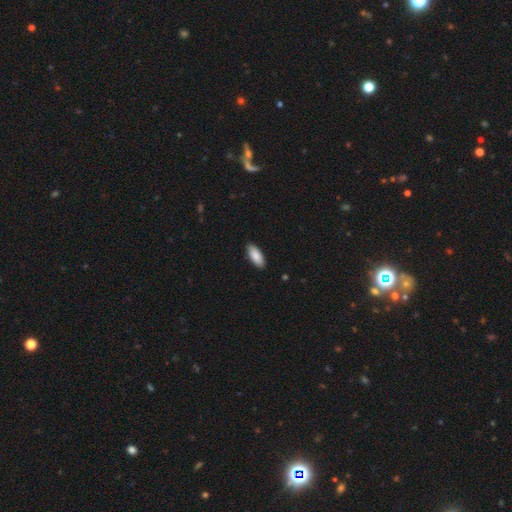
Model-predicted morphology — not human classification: This is clearly a smooth galaxy (88%). How rounded: clearly in between (85%). Merging: clearly none (89%).